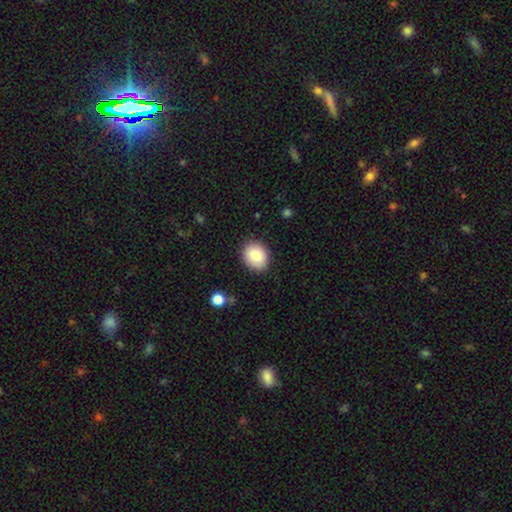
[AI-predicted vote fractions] Overall: smooth (85%). How rounded: in between (53%; round 46%). Merging: none (87%).